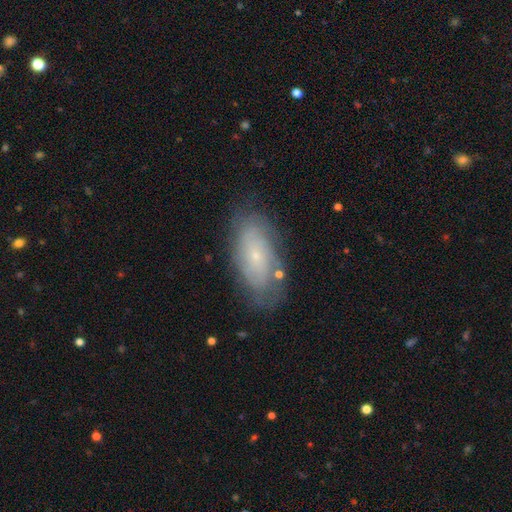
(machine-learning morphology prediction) Smooth or featured? featured or disk (54%)
Edge-on disk? no (90%)
Merging? none (74%)